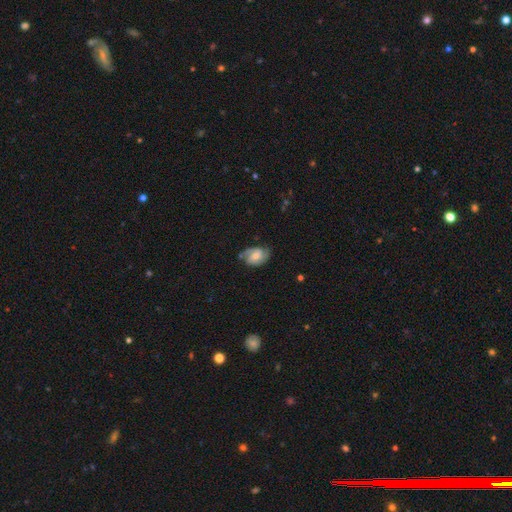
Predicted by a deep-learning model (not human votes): Smooth or featured: featured or disk — 79% (smooth — 15%)
Edge-on disk: no — 97% (yes — 3%)
Bar: weak — 48% (no — 40%)
Spiral arms: yes — 96% (no — 4%)
Spiral winding: medium — 48% (tight — 37%)
Spiral arm count: 2 — 86% (can't tell — 6%)
Bulge size: moderate — 50% (small — 36%)
Merging: none — 72% (minor disturbance — 20%)